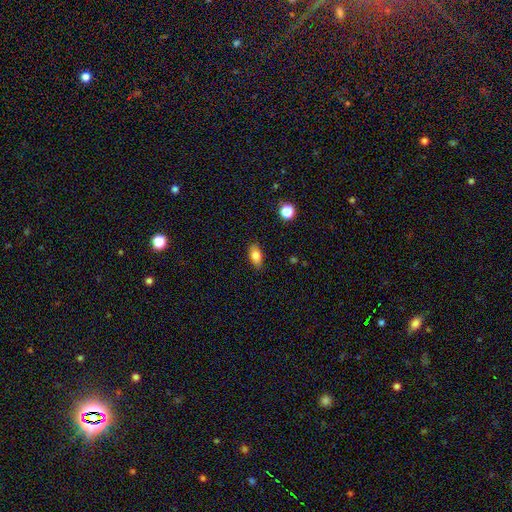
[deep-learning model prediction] A smooth galaxy with no disk features (81%) that is in between round and cigar-shaped (84%). Merging: none (84%).